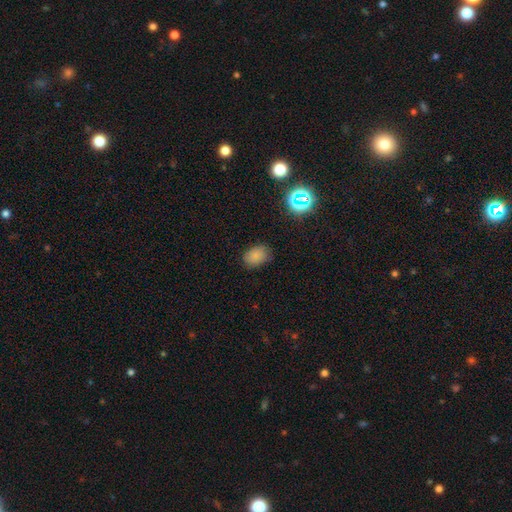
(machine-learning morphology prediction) Q: Smooth or featured?
A: smooth (79%); runner-up: star or artifact (15%)
Q: How rounded?
A: in between (76%); runner-up: round (23%)
Q: Merging?
A: none (80%); runner-up: minor disturbance (15%)